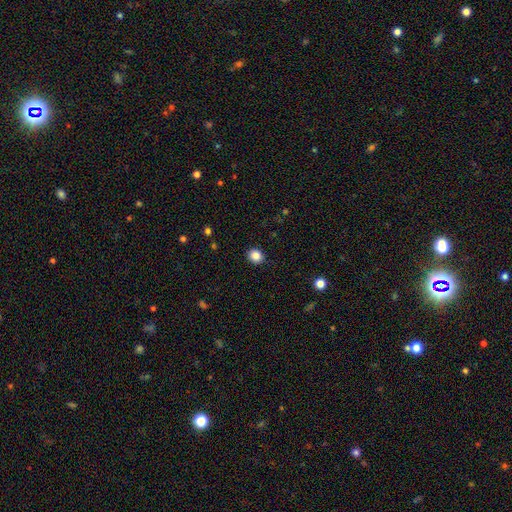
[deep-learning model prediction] Smooth or featured: smooth — 86% (star or artifact — 11%)
How rounded: round — 77% (in between — 22%)
Merging: none — 90% (minor disturbance — 7%)